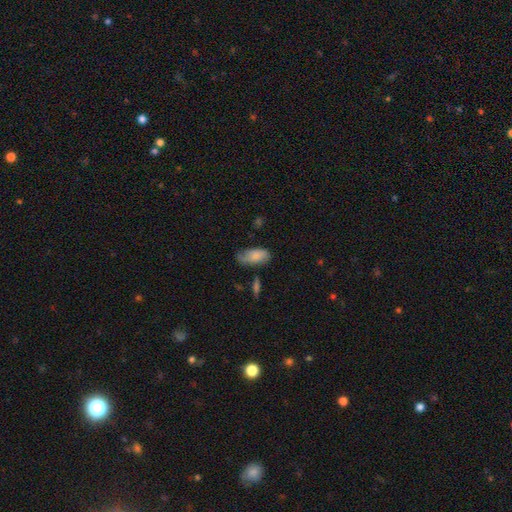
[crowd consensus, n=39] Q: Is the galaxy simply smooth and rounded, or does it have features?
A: smooth — 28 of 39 (72%).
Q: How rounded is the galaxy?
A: in between — 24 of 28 (86%).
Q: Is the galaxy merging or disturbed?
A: none — 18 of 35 (51%).